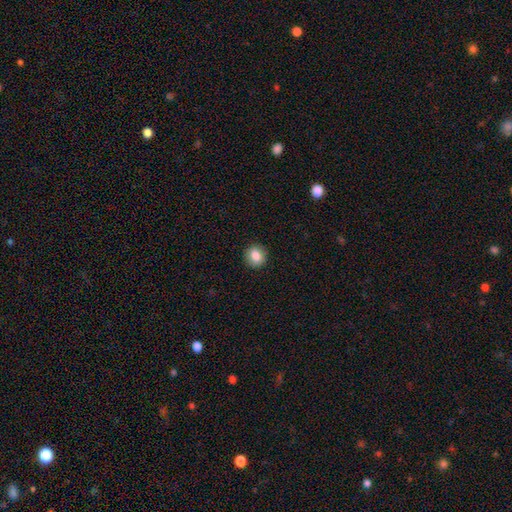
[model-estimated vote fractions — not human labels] smooth 84%, star or artifact 9%, featured or disk 7%. Down the decision tree: how rounded — round (84%); merging — none (90%).